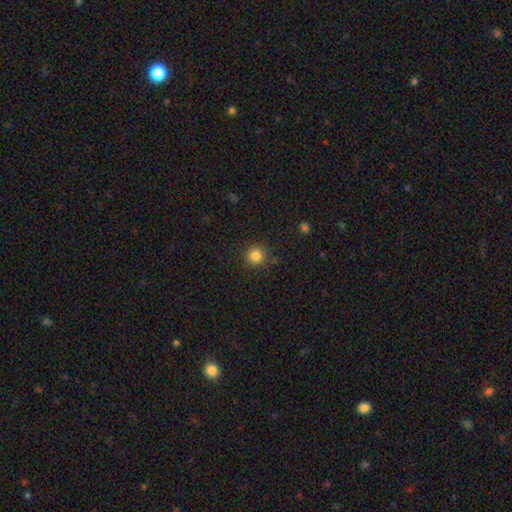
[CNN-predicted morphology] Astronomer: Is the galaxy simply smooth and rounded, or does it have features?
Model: smooth — 83%.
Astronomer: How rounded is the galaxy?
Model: round — 94%.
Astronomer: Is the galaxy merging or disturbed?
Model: none — 90%.